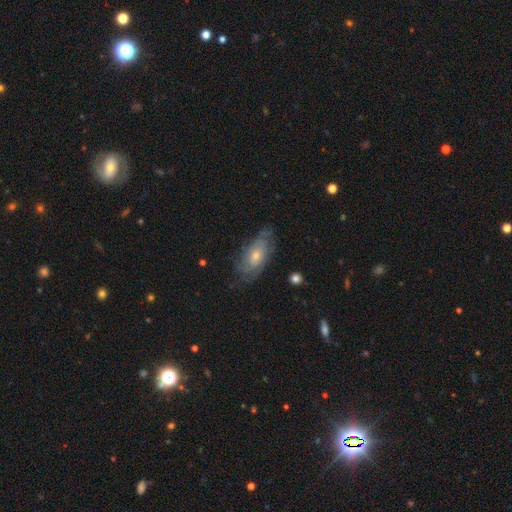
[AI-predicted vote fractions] Smooth or featured?
  - featured or disk: 67% *
  - smooth: 25%
  - star or artifact: 8%
Edge-on disk?
  - no: 90% *
  - yes: 10%
Bar?
  - no: 74% *
  - weak: 22%
  - strong: 4%
Spiral arms?
  - yes: 86% *
  - no: 14%
Spiral winding?
  - tight: 55% *
  - medium: 33%
  - loose: 12%
Spiral arm count?
  - can't tell: 53% *
  - 2: 21%
  - 3: 11%
  - 4: 7%
  - 1: 4%
  - more than 4: 4%
Bulge size?
  - moderate: 47% * (tied)
  - small: 47% * (tied)
  - large: 3%
  - none: 2%
  - dominant: 1%
Merging?
  - none: 70% *
  - minor disturbance: 21%
  - major disturbance: 8%
  - merger: 1%